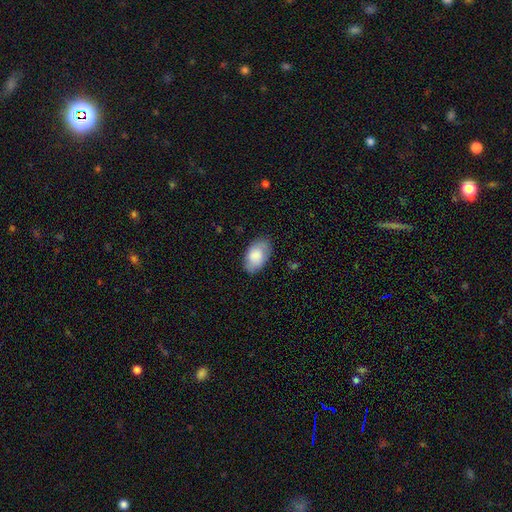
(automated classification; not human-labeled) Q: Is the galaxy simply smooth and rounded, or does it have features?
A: smooth — 82%.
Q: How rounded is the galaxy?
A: in between — 93%.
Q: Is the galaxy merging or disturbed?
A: none — 79%.